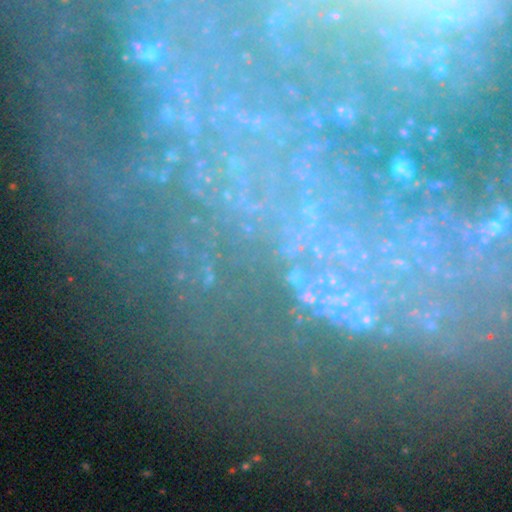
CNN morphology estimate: smooth-or-featured: star or artifact: 47% | featured or disk: 37% | smooth: 16%